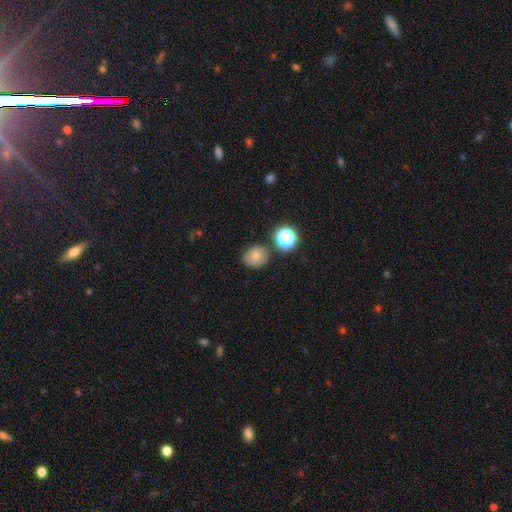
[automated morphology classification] Smooth or featured? smooth (75%)
How rounded? round (74%)
Merging? none (75%)